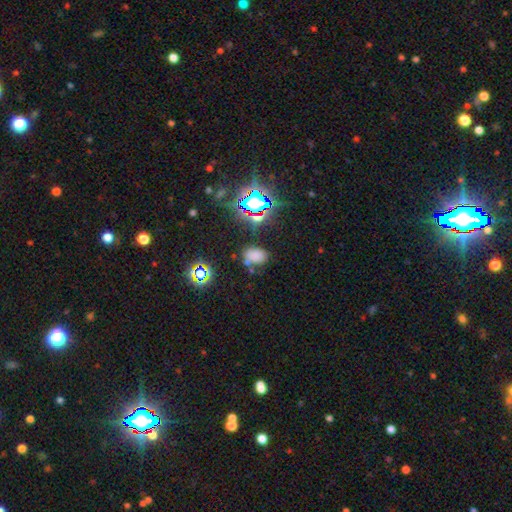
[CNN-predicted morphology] This is likely a smooth galaxy (65%). How rounded: likely in between (79%). Merging: likely none (67%).